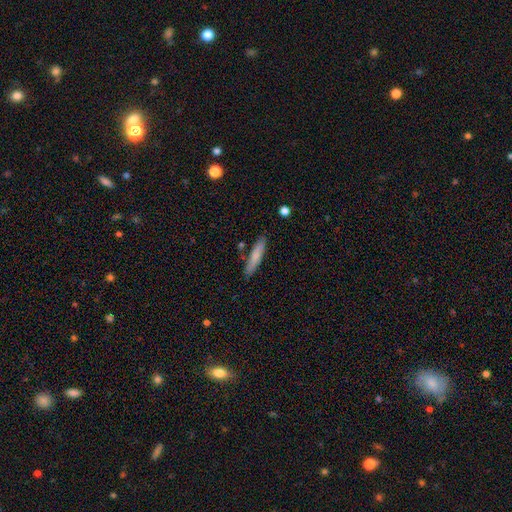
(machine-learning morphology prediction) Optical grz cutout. It shows a smooth galaxy with no disk features (74%) that is cigar-shaped (85%). Merging: none (83%).